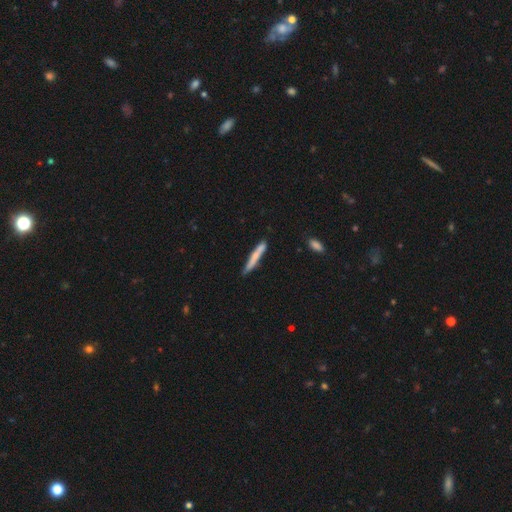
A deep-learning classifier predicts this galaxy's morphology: Q: Smooth or featured?
A: smooth (65%); runner-up: featured or disk (29%)
Q: How rounded?
A: cigar-shaped (95%); runner-up: in between (3%)
Q: Merging?
A: none (75%); runner-up: minor disturbance (18%)